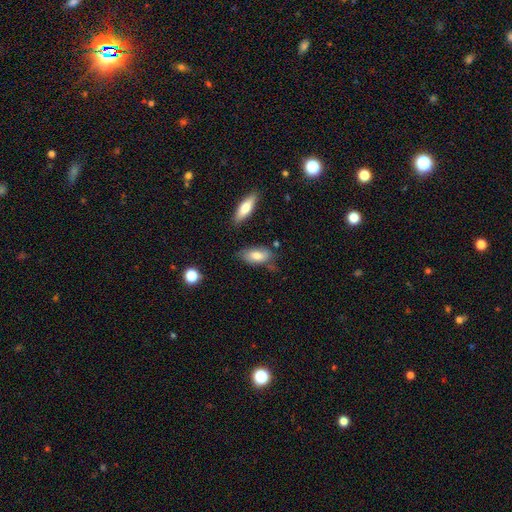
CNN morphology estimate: Overall: smooth (78%). How rounded: in between (86%). Merging: none (64%; minor disturbance 25%).